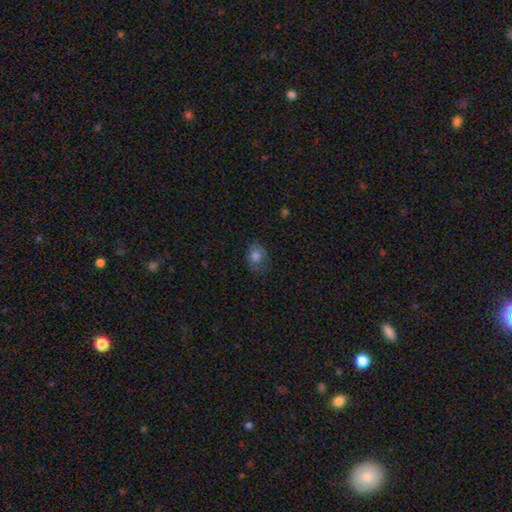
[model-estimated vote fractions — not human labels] Overall: smooth (78%). How rounded: in between (55%; round 44%). Merging: none (62%; minor disturbance 26%).